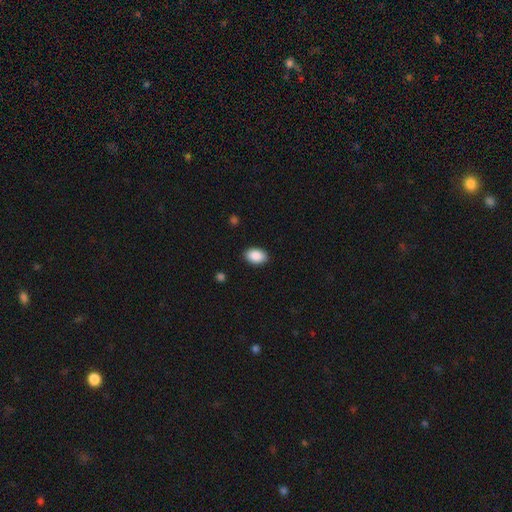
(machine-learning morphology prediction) Smooth or featured?
  - smooth: 89% *
  - star or artifact: 7%
  - featured or disk: 4%
How rounded?
  - in between: 89% *
  - round: 10%
  - cigar-shaped: 1%
Merging?
  - none: 89% *
  - minor disturbance: 8%
  - major disturbance: 2%
  - merger: 1%